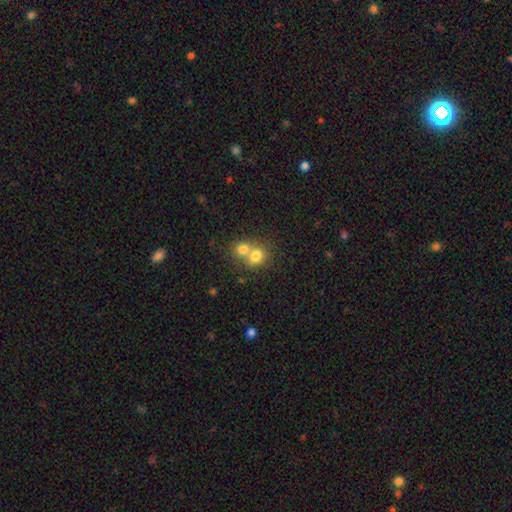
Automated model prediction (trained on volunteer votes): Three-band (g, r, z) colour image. It shows a smooth galaxy with no disk features (76%) that is round (73%). Merging: merger (62%).